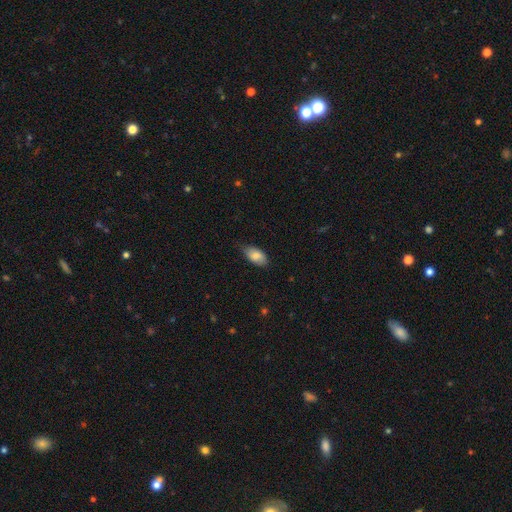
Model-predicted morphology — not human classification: The model was most divided on "merging": none: 63%, minor disturbance: 30%, major disturbance: 5%, merger: 1%. More confident: how rounded — in between (93%); smooth or featured — smooth (82%).